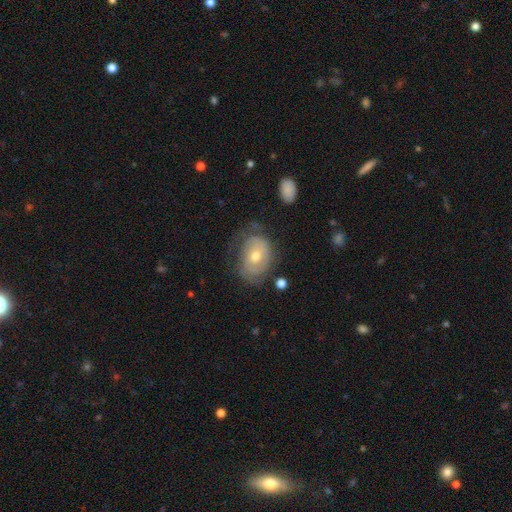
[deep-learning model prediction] Morphology: type=featured or disk (54%); edge-on=no (95%); bar=no (71%); spiral arms=yes (63%); bulge=moderate (67%); merging=none (52%).